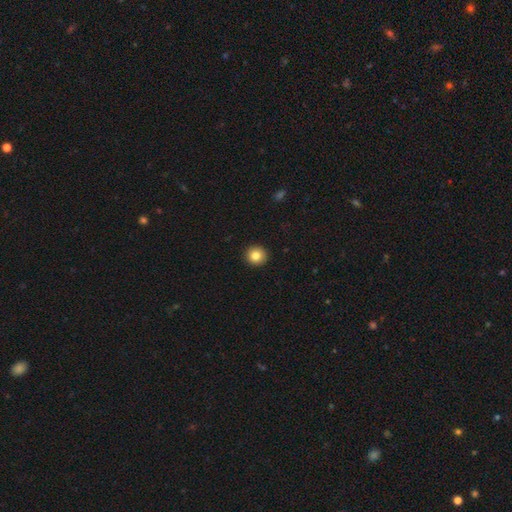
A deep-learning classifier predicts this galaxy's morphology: A smooth galaxy with no disk features (83%) that is round (93%). Merging: none (93%).